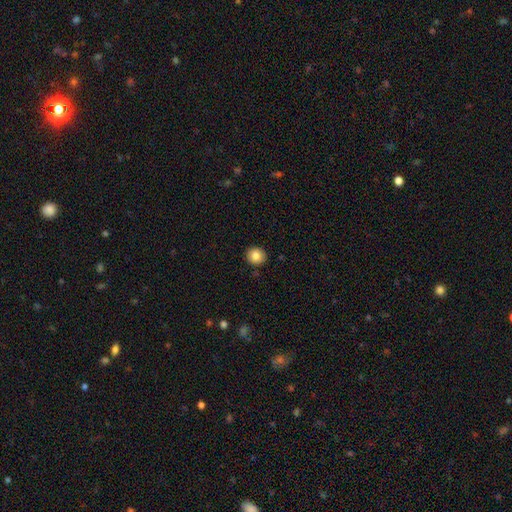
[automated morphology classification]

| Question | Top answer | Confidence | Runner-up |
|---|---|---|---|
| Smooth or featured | smooth | 85% | star or artifact (9%) |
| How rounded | round | 90% | in between (9%) |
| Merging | none | 92% | minor disturbance (6%) |